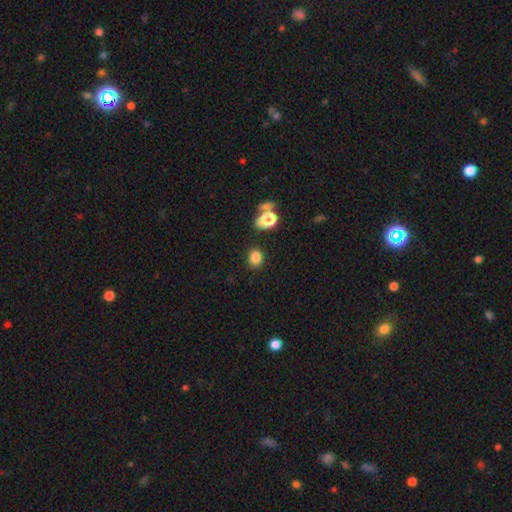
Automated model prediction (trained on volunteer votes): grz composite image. It shows a smooth galaxy with no disk features (83%) that is round (65%). Merging: none (83%).